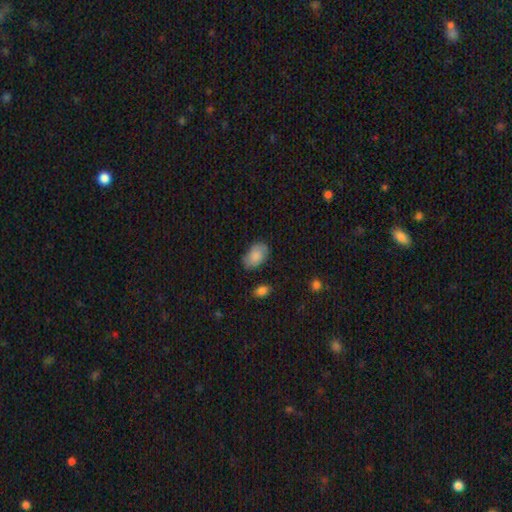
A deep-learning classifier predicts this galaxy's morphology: Q: Smooth or featured?
A: smooth (80%); runner-up: featured or disk (13%)
Q: How rounded?
A: in between (89%); runner-up: round (9%)
Q: Merging?
A: none (74%); runner-up: minor disturbance (19%)